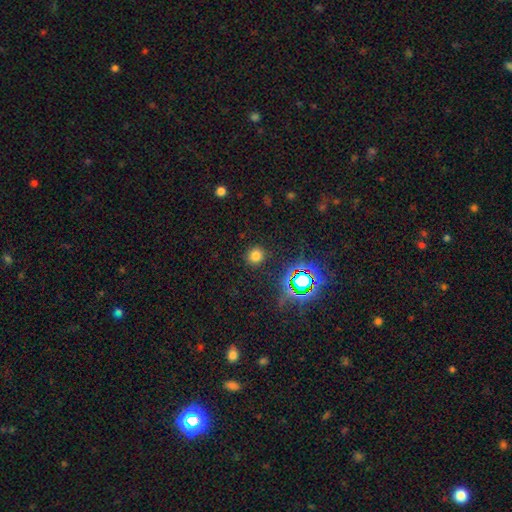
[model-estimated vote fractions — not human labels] Smooth or featured: smooth — 71% (star or artifact — 23%)
How rounded: round — 90% (in between — 9%)
Merging: none — 89% (minor disturbance — 6%)